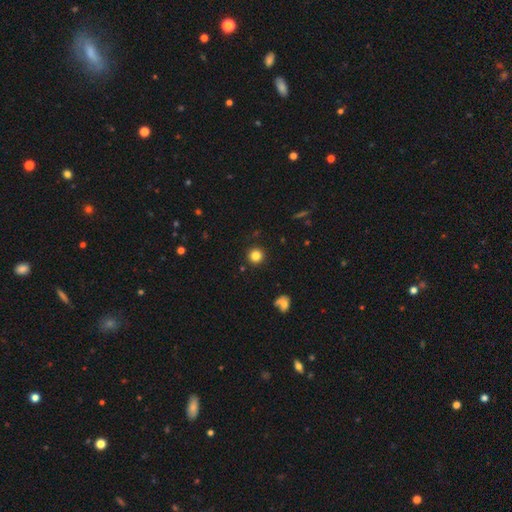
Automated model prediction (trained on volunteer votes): Smooth or featured? Predicted: smooth (p=0.83). How rounded? Predicted: round (p=0.95). Merging? Predicted: none (p=0.91).